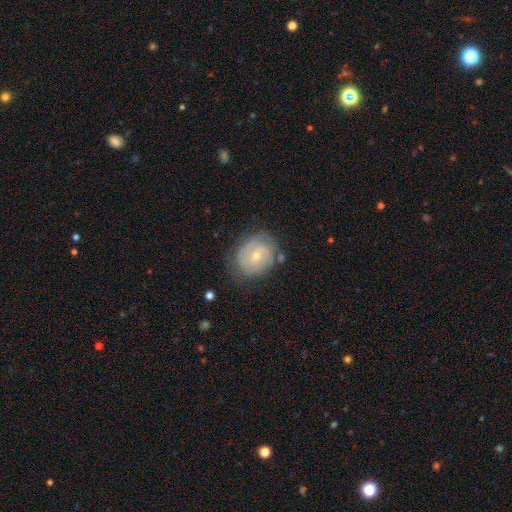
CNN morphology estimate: Smooth or featured: featured or disk — 67% (smooth — 26%)
Edge-on disk: no — 97% (yes — 3%)
Bar: no — 72% (weak — 24%)
Spiral arms: yes — 83% (no — 17%)
Spiral winding: tight — 66% (medium — 26%)
Spiral arm count: can't tell — 38% (2 — 34%)
Bulge size: small — 66% (moderate — 31%)
Merging: none — 70% (minor disturbance — 20%)